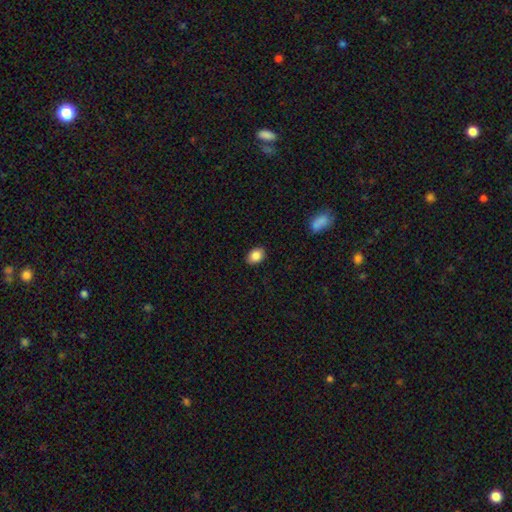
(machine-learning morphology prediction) smooth 86%, star or artifact 9%, featured or disk 6%. Down the decision tree: how rounded — in between (73%); merging — none (88%).